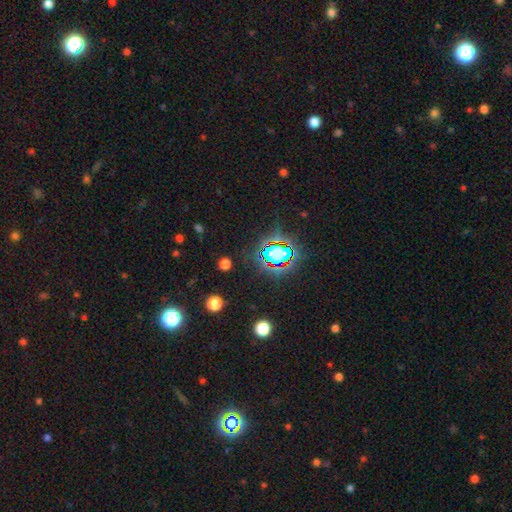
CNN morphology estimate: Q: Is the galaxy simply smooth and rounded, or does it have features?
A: star or artifact — 79%.